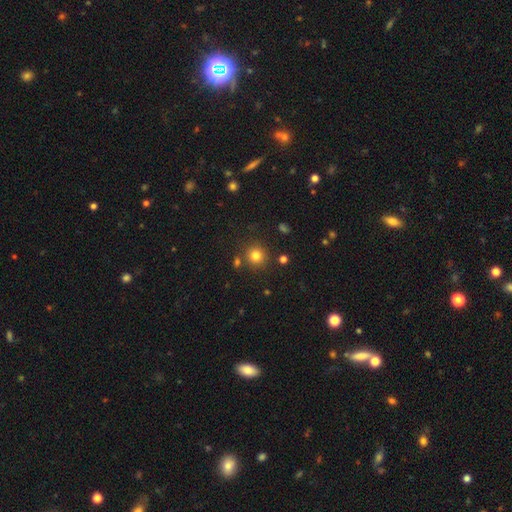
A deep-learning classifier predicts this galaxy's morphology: Overall: smooth (79%). How rounded: round (92%). Merging: none (83%).